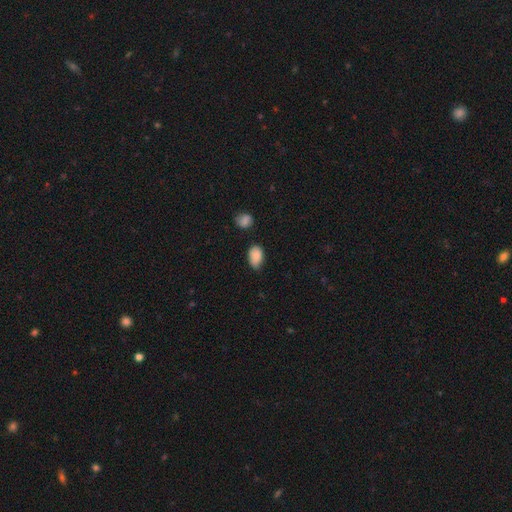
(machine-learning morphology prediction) Q: Smooth or featured?
A: smooth (87%); runner-up: star or artifact (8%)
Q: How rounded?
A: in between (90%); runner-up: round (9%)
Q: Merging?
A: none (65%); runner-up: minor disturbance (27%)